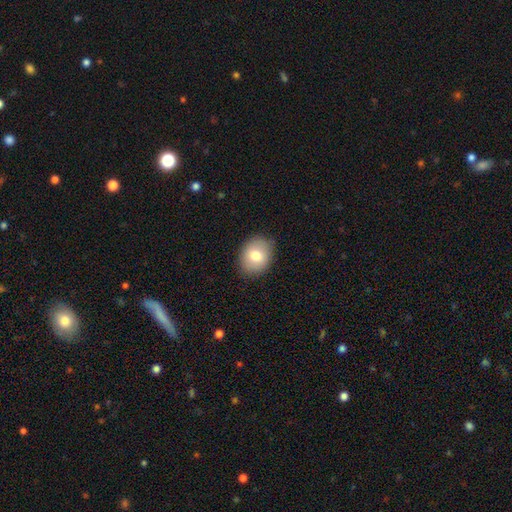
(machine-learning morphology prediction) A smooth galaxy with no disk features (77%) that is in between round and cigar-shaped (51%).

Vote fractions:
- Smooth or featured? smooth: 77% / featured or disk: 15% / star or artifact: 8%
- How rounded? in between: 51% / round: 48% / cigar-shaped: 1%
- Merging? none: 85% / minor disturbance: 11% / major disturbance: 2% / merger: 1%